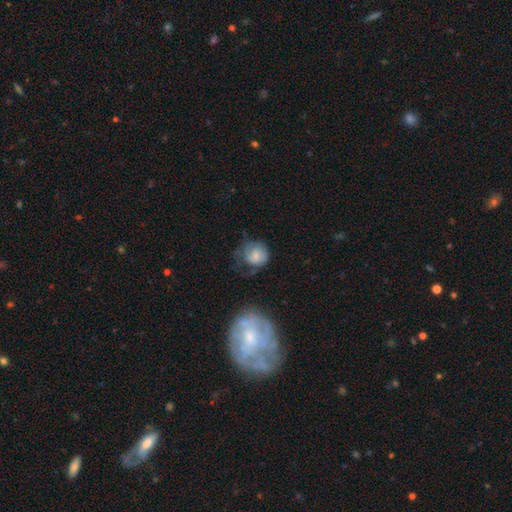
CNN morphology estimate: smooth 67%, featured or disk 24%, star or artifact 9%. Down the decision tree: how rounded — round (73%); merging — none (43%).